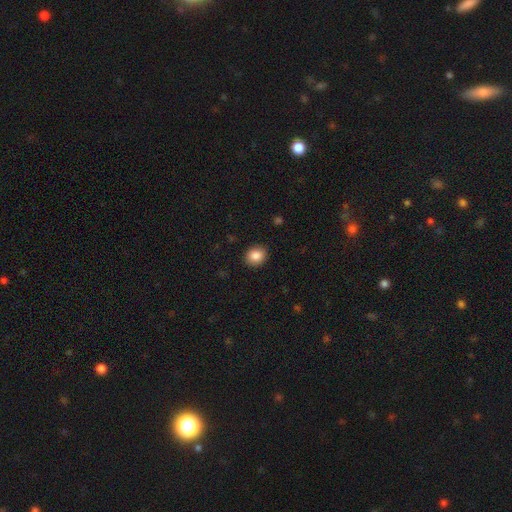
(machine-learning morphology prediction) This is clearly a smooth galaxy (86%). How rounded: likely round (71%). Merging: clearly none (90%).